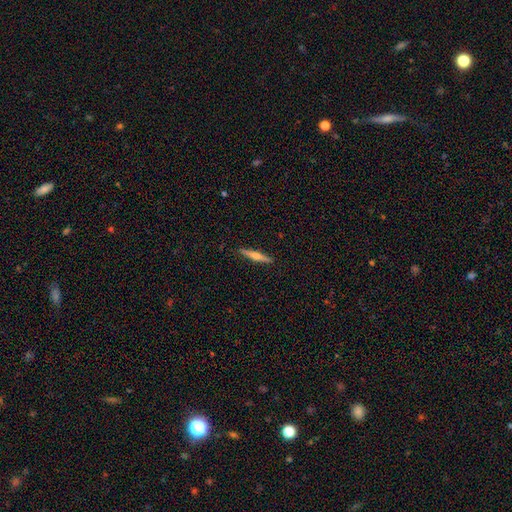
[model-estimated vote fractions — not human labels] A featured or disk galaxy (54%) viewed edge-on (97%) with a rounded central bulge (81%). Merging: none (91%).